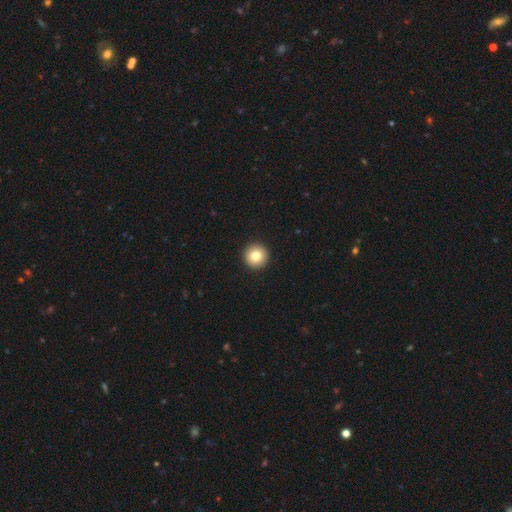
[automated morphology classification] Smooth or featured: smooth — 80% (featured or disk — 11%)
How rounded: round — 97% (in between — 2%)
Merging: none — 94% (minor disturbance — 3%)